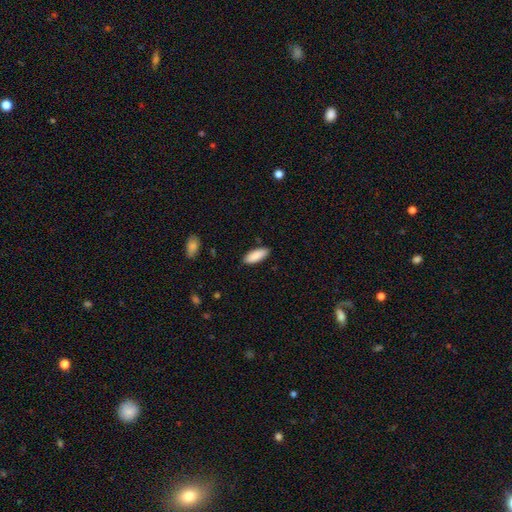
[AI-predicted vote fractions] Smooth or featured: smooth — 89% (star or artifact — 6%)
How rounded: in between — 77% (cigar-shaped — 22%)
Merging: none — 87% (minor disturbance — 10%)